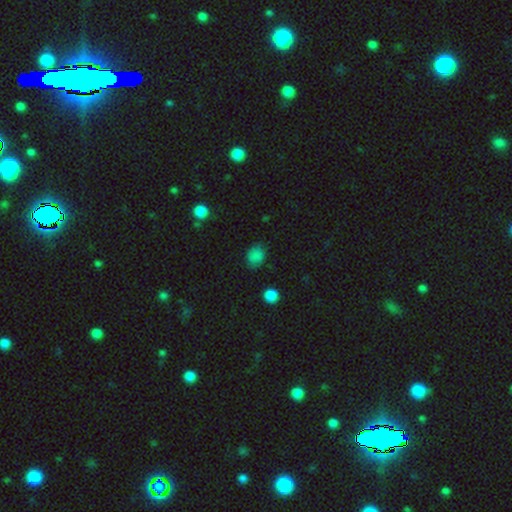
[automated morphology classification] This appears to be a smooth galaxy with no disk features (82%) that is round (54%). Merging: none (74%).